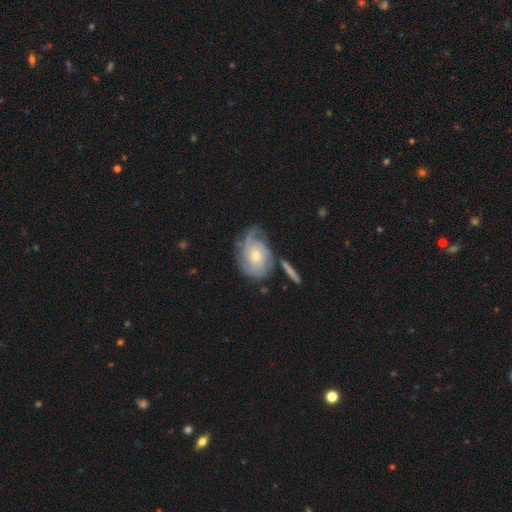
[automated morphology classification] smooth-or-featured: featured or disk: 74% | smooth: 20% | star or artifact: 6%
  disk-edge-on: no: 96% | yes: 4%
    bar: no: 75% | weak: 22% | strong: 3%
    has-spiral-arms: yes: 91% | no: 9%
      spiral-winding: tight: 53% | medium: 33% | loose: 14%
      spiral-arm-count: can't tell: 37% | 3: 22% | 2: 21% | 4: 9% | 1: 7% | more than 4: 5%
    bulge-size: small: 49% | moderate: 46% | large: 3% | none: 2% | dominant: 1%
  merging: none: 52% | minor disturbance: 26% | major disturbance: 15% | merger: 7%